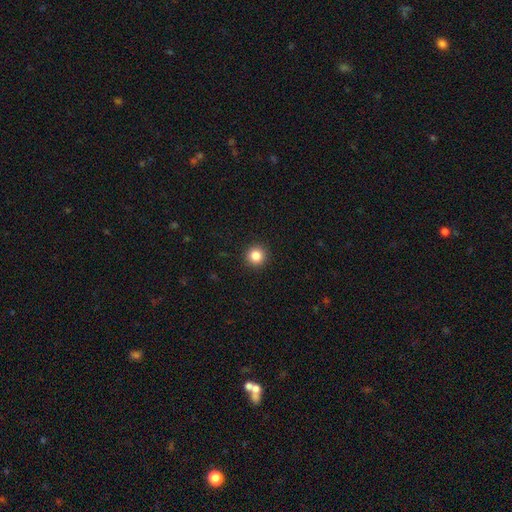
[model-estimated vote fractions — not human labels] This appears to be a smooth galaxy with no disk features (85%) that is round (95%). Merging: none (93%).